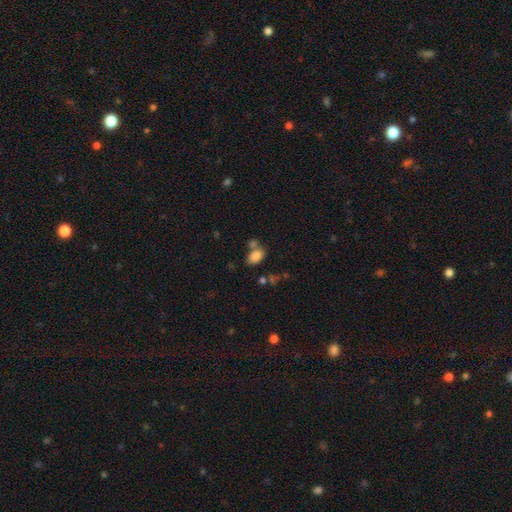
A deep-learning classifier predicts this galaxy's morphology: A smooth galaxy with no disk features (83%) that is in between round and cigar-shaped (87%).

Vote fractions:
- Smooth or featured? smooth: 83% / star or artifact: 10% / featured or disk: 7%
- How rounded? in between: 87% / round: 11% / cigar-shaped: 1%
- Merging? none: 55% / merger: 27% / minor disturbance: 13% / major disturbance: 5%